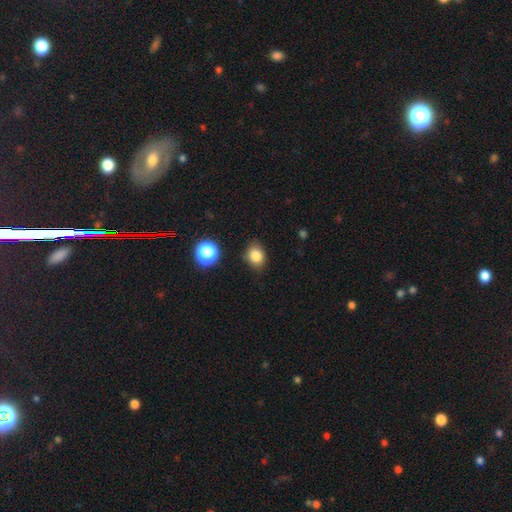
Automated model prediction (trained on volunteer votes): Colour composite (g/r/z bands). It shows a smooth galaxy with no disk features (83%) that is round (51%). Merging: none (80%).